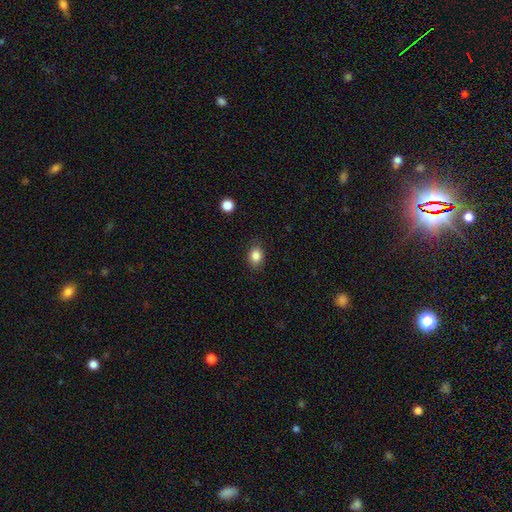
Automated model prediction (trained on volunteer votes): The model was most divided on "how rounded": in between: 56%, round: 43%, cigar-shaped: 1%. More confident: smooth or featured — smooth (85%); merging — none (84%).